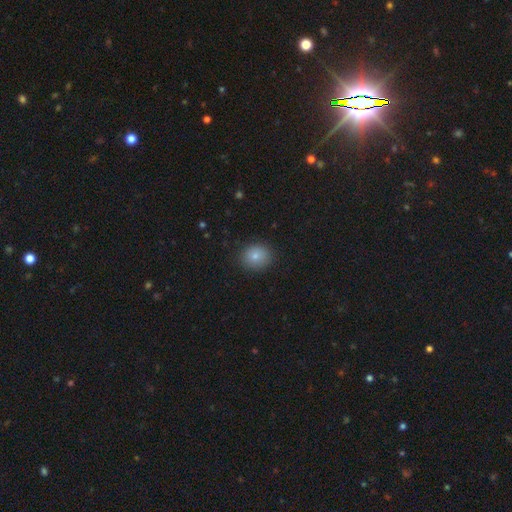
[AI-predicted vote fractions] Q: Smooth or featured?
A: smooth (81%); runner-up: star or artifact (11%)
Q: How rounded?
A: round (75%); runner-up: in between (24%)
Q: Merging?
A: none (88%); runner-up: minor disturbance (9%)